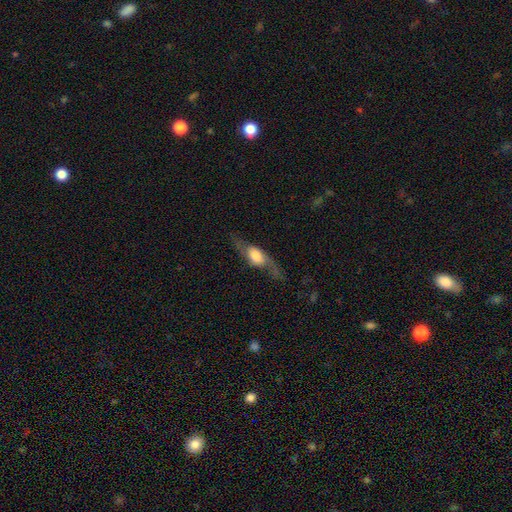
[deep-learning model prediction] Smooth or featured? featured or disk (64%)
Edge-on disk? no (50%, tied with yes)
Merging? none (69%)